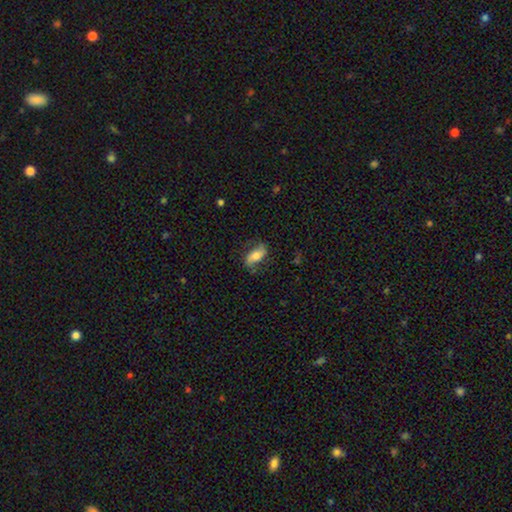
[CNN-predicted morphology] type=smooth (51%); roundness=in between (85%); merging=none (69%).